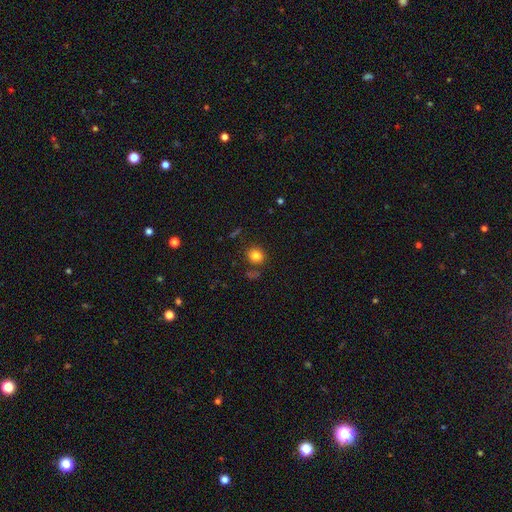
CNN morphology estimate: Q: Smooth or featured?
A: smooth (82%); runner-up: star or artifact (12%)
Q: How rounded?
A: round (80%); runner-up: in between (19%)
Q: Merging?
A: none (81%); runner-up: minor disturbance (10%)